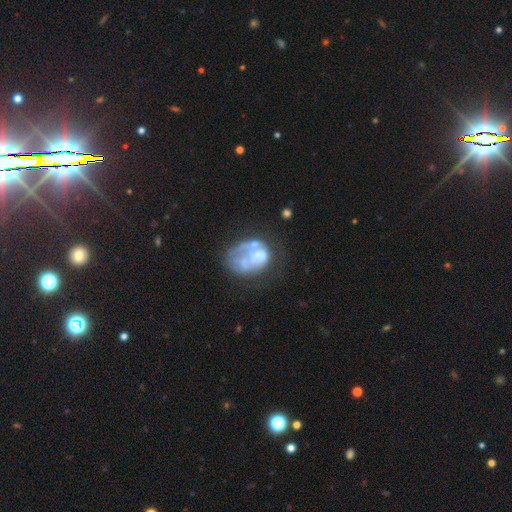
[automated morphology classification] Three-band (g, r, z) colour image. It shows a featured or disk galaxy (56%) with no bar (87%), no spiral arms (82%) and no central bulge (48%). Merging: major disturbance (33%).